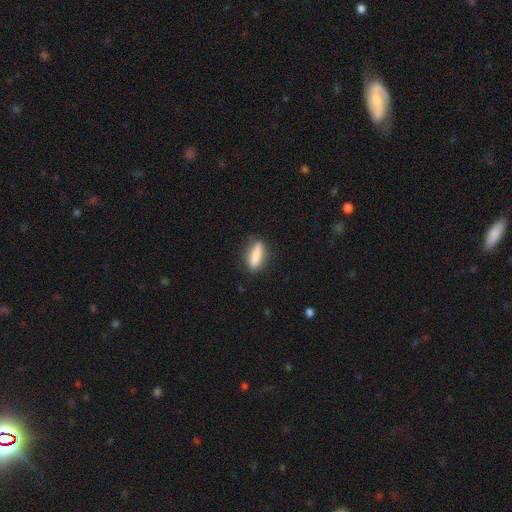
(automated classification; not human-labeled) This is likely a smooth galaxy (78%). How rounded: likely cigar-shaped (61%). Merging: clearly none (82%).